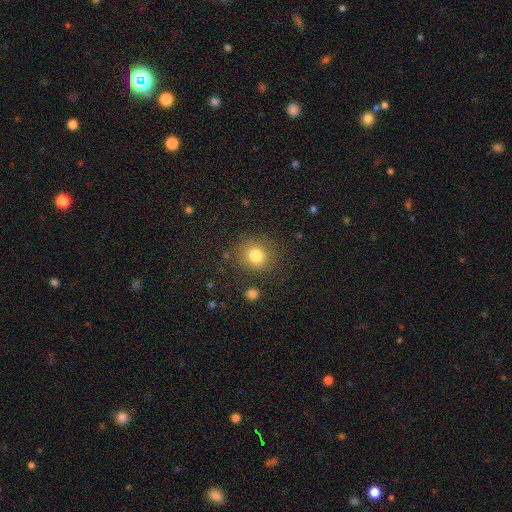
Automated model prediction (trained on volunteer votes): smooth_or_featured: smooth (p=0.80) [alt: star or artifact p=0.12]
how_rounded: round (p=0.80) [alt: in between p=0.19]
merging: none (p=0.83) [alt: minor disturbance p=0.10]